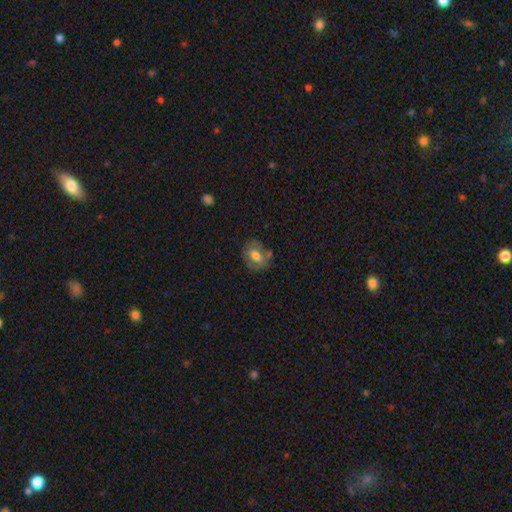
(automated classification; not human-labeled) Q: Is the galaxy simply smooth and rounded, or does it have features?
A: smooth — 55%.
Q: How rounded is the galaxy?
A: in between — 65%.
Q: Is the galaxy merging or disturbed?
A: none — 59%.